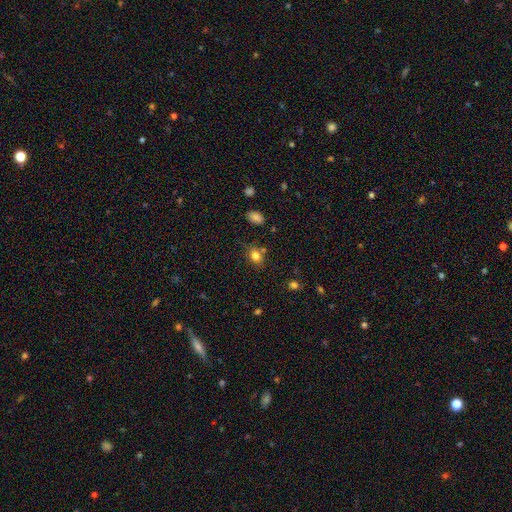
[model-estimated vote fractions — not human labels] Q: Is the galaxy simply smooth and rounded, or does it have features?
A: smooth — 80%.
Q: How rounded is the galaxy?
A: in between — 50%.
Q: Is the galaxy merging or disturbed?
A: none — 68%.